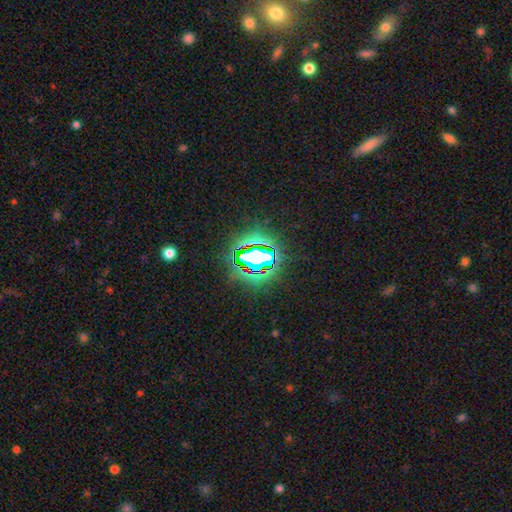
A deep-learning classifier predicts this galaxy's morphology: star or artifact 74%, smooth 16%, featured or disk 11%.